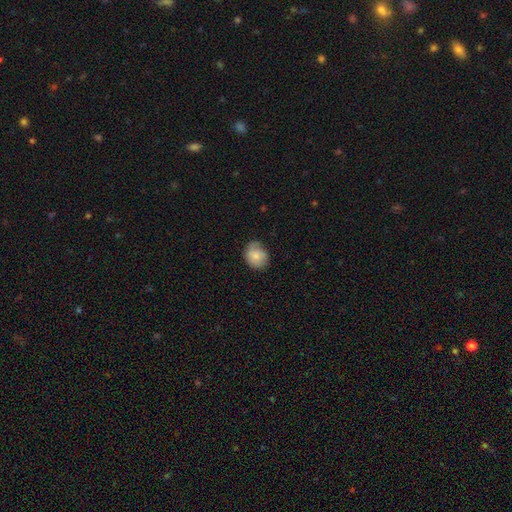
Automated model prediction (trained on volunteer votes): Smooth or featured?
  - smooth: 78% *
  - featured or disk: 15%
  - star or artifact: 7%
How rounded?
  - round: 60% *
  - in between: 39%
  - cigar-shaped: 1%
Merging?
  - none: 58% *
  - minor disturbance: 32%
  - major disturbance: 8%
  - merger: 1%